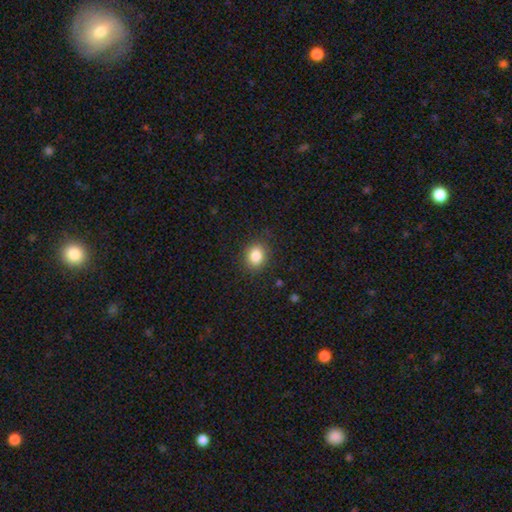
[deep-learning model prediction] smooth-or-featured: smooth: 85% | star or artifact: 10% | featured or disk: 5%
  how-rounded: round: 59% | in between: 40% | cigar-shaped: 1%
  merging: none: 86% | minor disturbance: 10% | major disturbance: 3% | merger: 1%